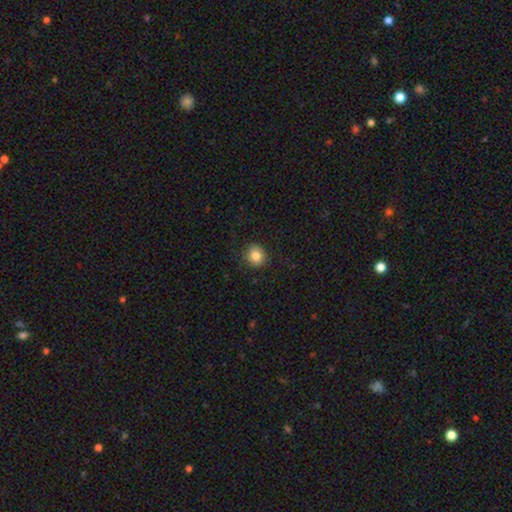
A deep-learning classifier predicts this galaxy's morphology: A smooth galaxy with no disk features (84%) that is round (83%). Merging: none (88%).